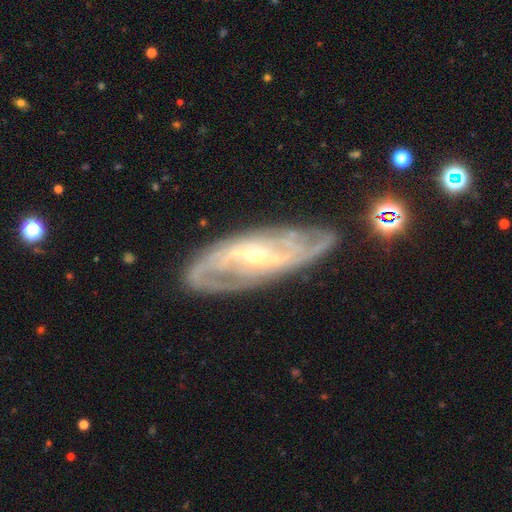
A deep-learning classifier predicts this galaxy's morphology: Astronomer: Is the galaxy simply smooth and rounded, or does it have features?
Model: featured or disk — 87%.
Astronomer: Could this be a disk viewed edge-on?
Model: no — 86%.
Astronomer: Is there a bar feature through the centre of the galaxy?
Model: strong — 41% (runner-up: weak, 40%).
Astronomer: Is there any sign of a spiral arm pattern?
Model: yes — 94%.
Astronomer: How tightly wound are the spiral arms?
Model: tight — 43% (runner-up: medium, 40%).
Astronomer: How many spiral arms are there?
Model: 2 — 46% (runner-up: can't tell, 27%).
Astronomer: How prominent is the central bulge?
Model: small — 66%.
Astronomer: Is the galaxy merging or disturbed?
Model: none — 77%.